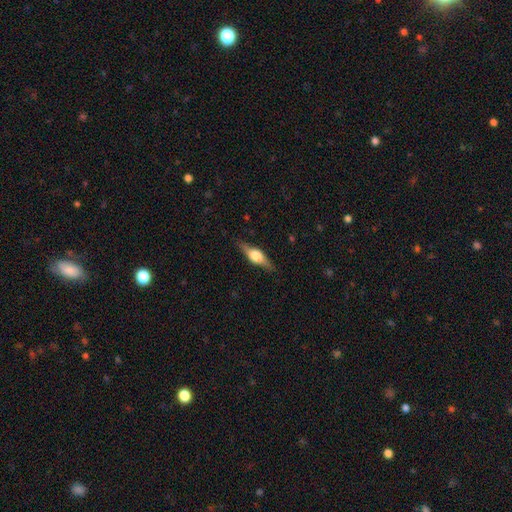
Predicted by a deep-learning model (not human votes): A featured or disk galaxy (62%) viewed edge-on (95%) with a rounded central bulge (91%). Merging: none (86%).